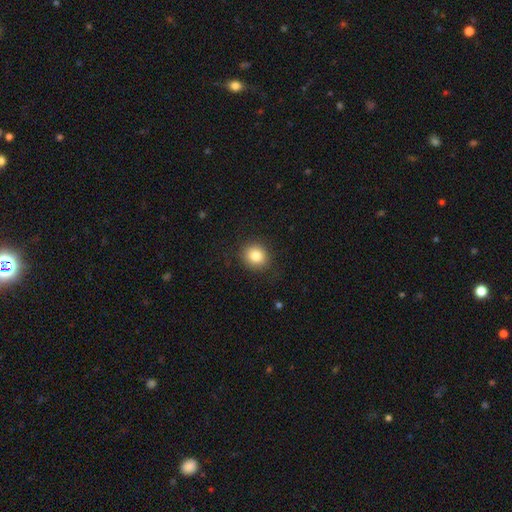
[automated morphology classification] smooth-or-featured: smooth: 83% | star or artifact: 10% | featured or disk: 7%
  how-rounded: round: 81% | in between: 18% | cigar-shaped: 1%
  merging: none: 87% | minor disturbance: 9% | major disturbance: 3% | merger: 1%